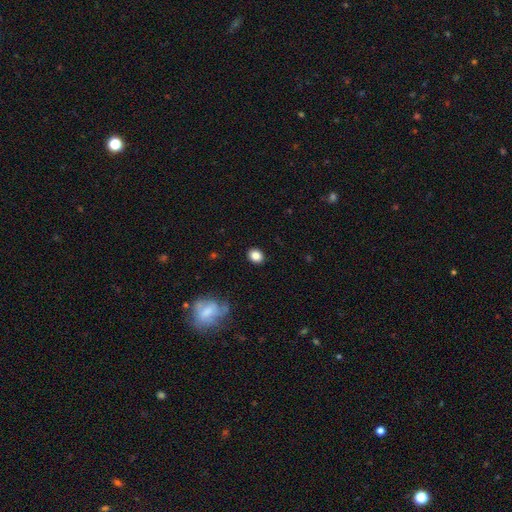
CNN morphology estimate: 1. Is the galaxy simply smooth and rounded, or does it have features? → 85% smooth, 10% star or artifact, 5% featured or disk.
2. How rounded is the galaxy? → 58% round, 41% in between, 1% cigar-shaped.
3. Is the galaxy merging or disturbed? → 89% none, 8% minor disturbance, 2% major disturbance, 1% merger.